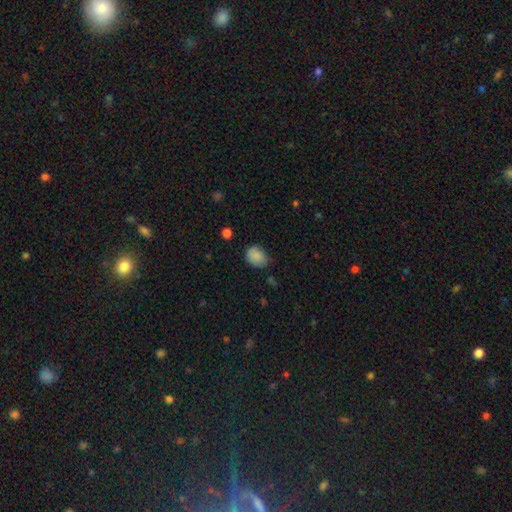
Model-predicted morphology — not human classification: A smooth galaxy with no disk features (86%) that is in between round and cigar-shaped (51%).

Vote fractions:
- Smooth or featured? smooth: 86% / star or artifact: 9% / featured or disk: 5%
- How rounded? in between: 51% / round: 48% / cigar-shaped: 1%
- Merging? none: 62% / minor disturbance: 30% / major disturbance: 6% / merger: 2%